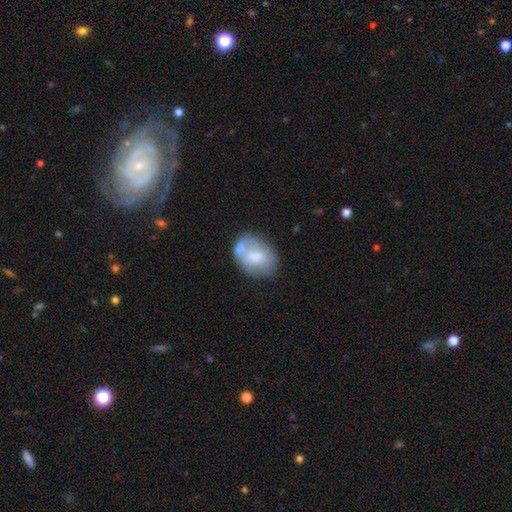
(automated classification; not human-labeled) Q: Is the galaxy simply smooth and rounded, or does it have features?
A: smooth — 62%.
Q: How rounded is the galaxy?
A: in between — 69%.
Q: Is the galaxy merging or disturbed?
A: none — 48%.